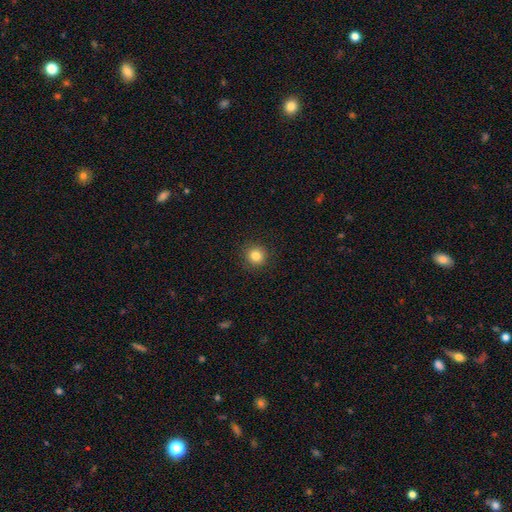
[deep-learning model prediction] smooth 83%, star or artifact 12%, featured or disk 6%. Down the decision tree: how rounded — round (93%); merging — none (91%).